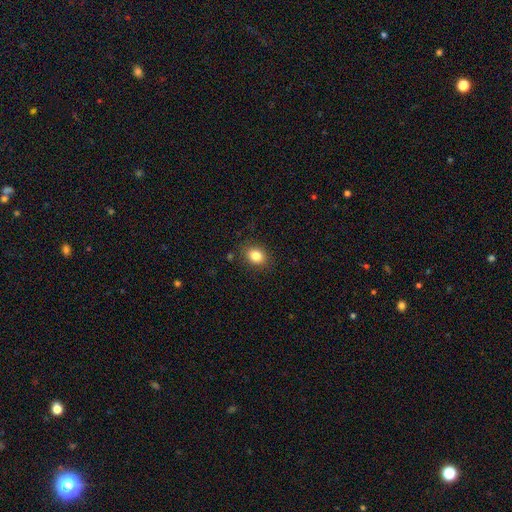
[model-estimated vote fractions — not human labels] Smooth or featured: smooth — 83% (star or artifact — 10%)
How rounded: in between — 61% (round — 38%)
Merging: none — 86% (minor disturbance — 10%)